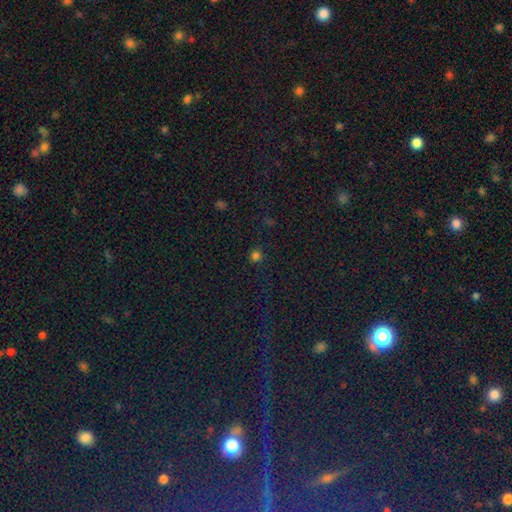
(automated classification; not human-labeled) A smooth galaxy with no disk features (76%) that is round (93%).

Vote fractions:
- Smooth or featured? smooth: 76% / star or artifact: 20% / featured or disk: 4%
- How rounded? round: 93% / in between: 6% / cigar-shaped: 1%
- Merging? none: 90% / minor disturbance: 7% / major disturbance: 2% / merger: 1%